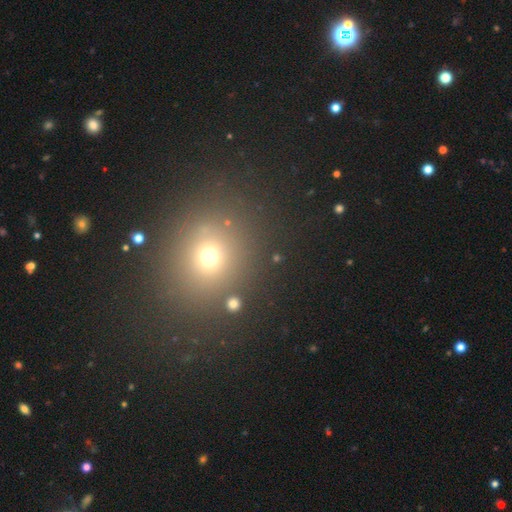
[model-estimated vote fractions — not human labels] Q: Smooth or featured?
A: smooth (58%); runner-up: star or artifact (34%)
Q: How rounded?
A: round (75%); runner-up: in between (23%)
Q: Merging?
A: none (87%); runner-up: minor disturbance (7%)